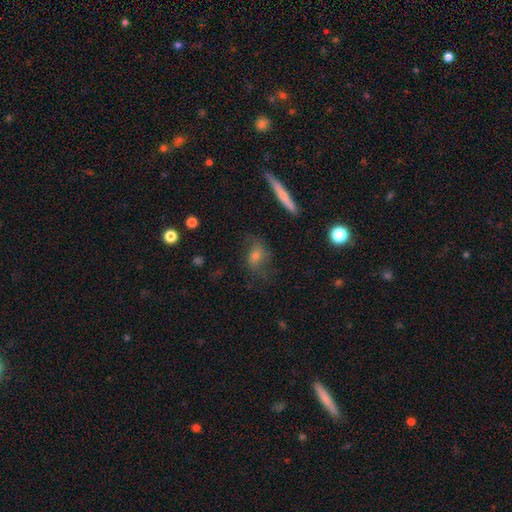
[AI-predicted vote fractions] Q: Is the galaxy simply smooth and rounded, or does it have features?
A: featured or disk — 44%.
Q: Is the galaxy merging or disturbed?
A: none — 61%.